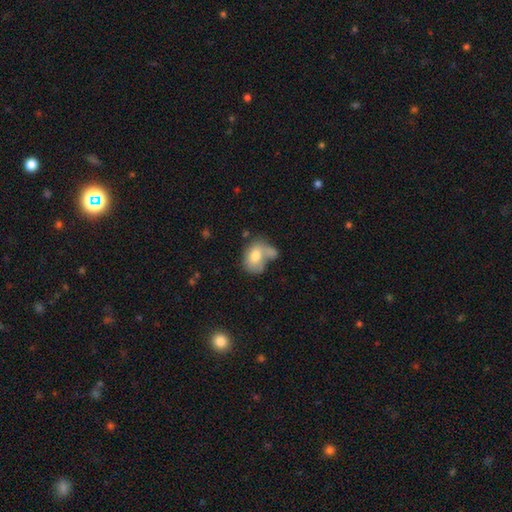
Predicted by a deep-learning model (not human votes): smooth-or-featured: smooth: 73% | featured or disk: 19% | star or artifact: 7%
  how-rounded: in between: 70% | round: 29% | cigar-shaped: 1%
  merging: merger: 45% | none: 25% | minor disturbance: 17% | major disturbance: 13%